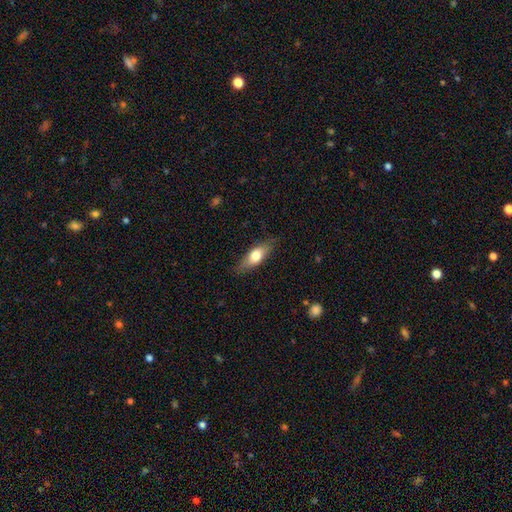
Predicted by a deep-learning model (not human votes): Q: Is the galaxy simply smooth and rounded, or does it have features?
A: smooth — 63%.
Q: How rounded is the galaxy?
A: in between — 64%.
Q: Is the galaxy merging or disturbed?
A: none — 83%.